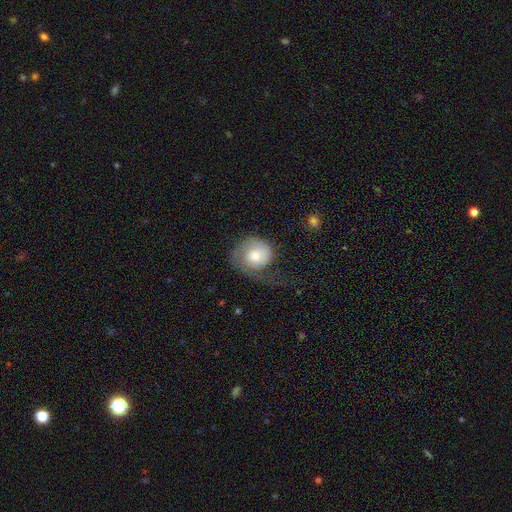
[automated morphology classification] A featured or disk galaxy (51%). Merging: major disturbance (41%).